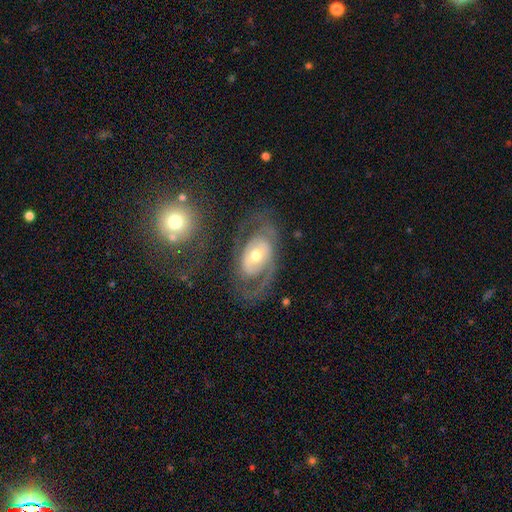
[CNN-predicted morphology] This appears to be a featured or disk galaxy (78%) with no bar (60%), 2 (60%) tight (41%) spiral arms (78%) and a moderate central bulge (63%). Merging: none (61%).